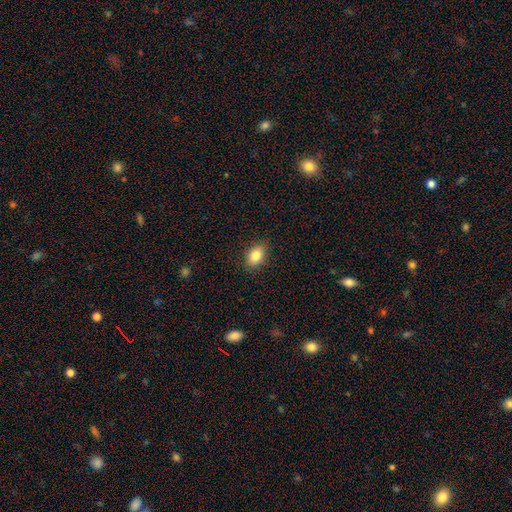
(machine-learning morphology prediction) Smooth or featured: smooth — 84% (star or artifact — 8%)
How rounded: in between — 82% (round — 16%)
Merging: none — 87% (minor disturbance — 10%)